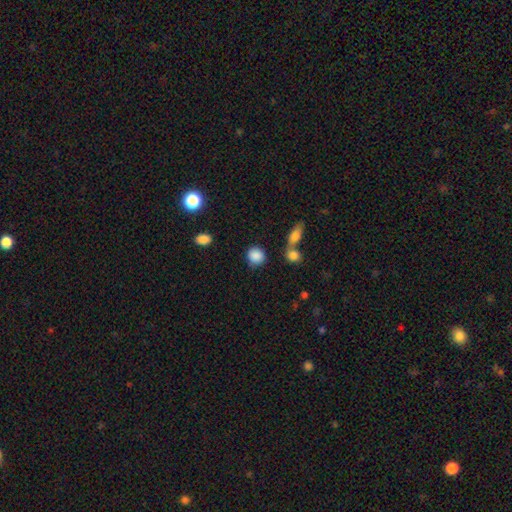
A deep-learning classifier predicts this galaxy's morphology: This appears to be a smooth galaxy with no disk features (87%) that is round (81%). Merging: none (75%).